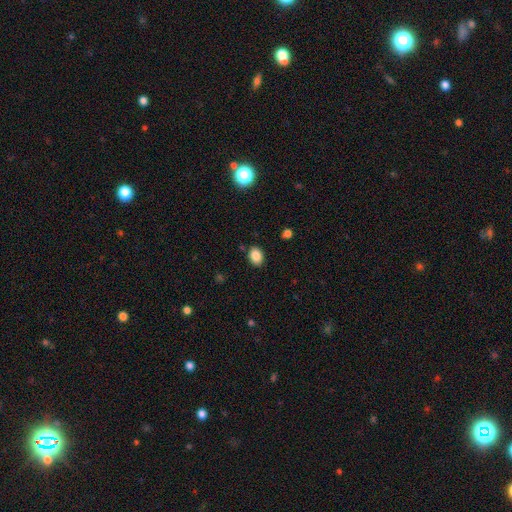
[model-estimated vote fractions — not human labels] Smooth or featured? Predicted: smooth (p=0.86). How rounded? Predicted: in between (p=0.72). Merging? Predicted: none (p=0.85).